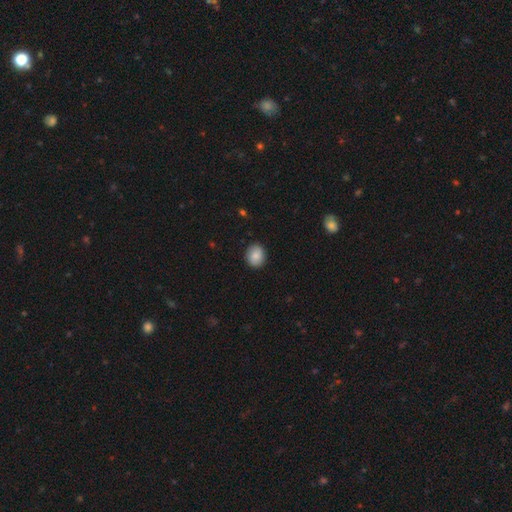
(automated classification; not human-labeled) A smooth galaxy with no disk features (86%) that is round (58%).

Vote fractions:
- Smooth or featured? smooth: 86% / star or artifact: 7% / featured or disk: 7%
- How rounded? round: 58% / in between: 41% / cigar-shaped: 1%
- Merging? none: 89% / minor disturbance: 8% / major disturbance: 2% / merger: 1%